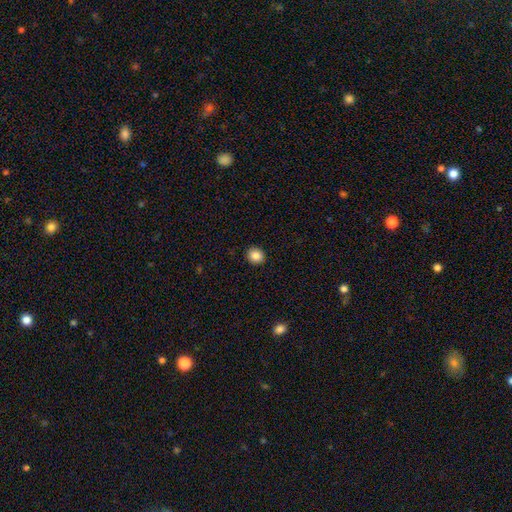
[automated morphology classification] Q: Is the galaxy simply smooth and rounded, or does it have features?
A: smooth — 86%.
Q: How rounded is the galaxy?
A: round — 82%.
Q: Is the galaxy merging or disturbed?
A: none — 92%.